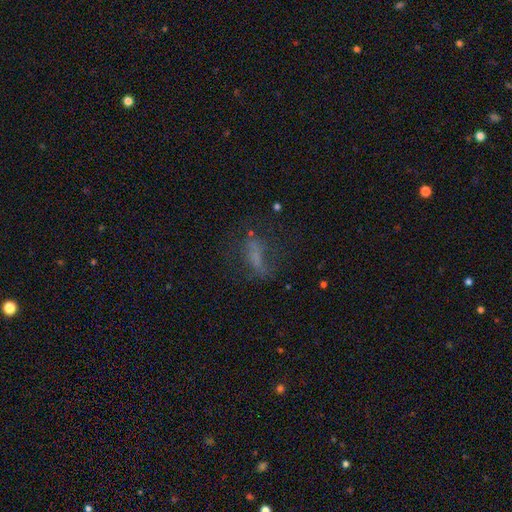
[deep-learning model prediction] smooth_or_featured: smooth (p=0.40) [tied with: featured or disk p=0.40]
merging: none (p=0.46) [alt: major disturbance p=0.30]